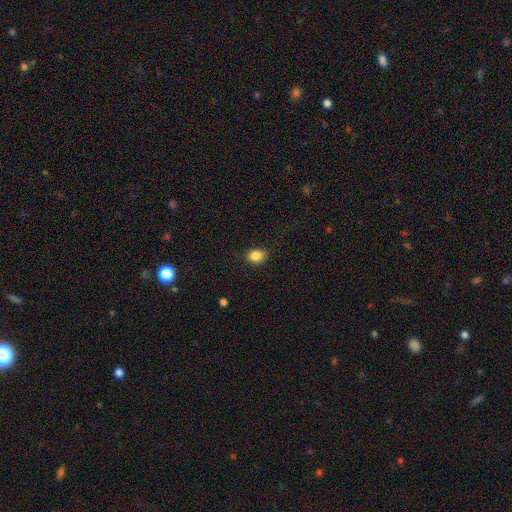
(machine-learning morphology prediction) smooth-or-featured: smooth: 86% | star or artifact: 9% | featured or disk: 4%
  how-rounded: in between: 61% | round: 38% | cigar-shaped: 1%
  merging: none: 82% | minor disturbance: 14% | major disturbance: 3% | merger: 1%